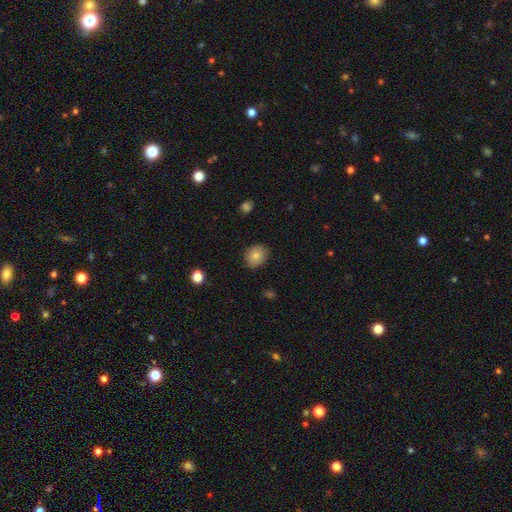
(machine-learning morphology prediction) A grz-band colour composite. It shows a smooth galaxy with no disk features (80%) that is round (68%). Merging: none (82%).